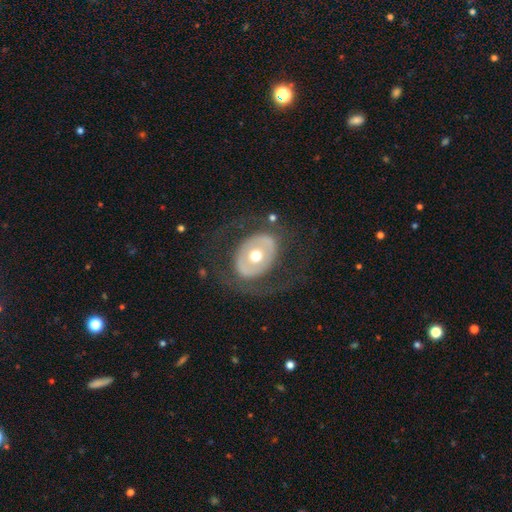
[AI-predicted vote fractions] A featured or disk galaxy (63%) with no bar (78%), no spiral arms (77%) and a moderate central bulge (75%).

Vote fractions:
- Smooth or featured? featured or disk: 63% / smooth: 32% / star or artifact: 6%
- Edge-on disk? no: 93% / yes: 7%
- Bar? no: 78% / weak: 14% / strong: 8%
- Spiral arms? no: 77% / yes: 23%
- Bulge size? moderate: 75% / small: 12% / large: 10% / dominant: 1% / none: 1%
- Merging? none: 71% / major disturbance: 15% / minor disturbance: 12% / merger: 1%